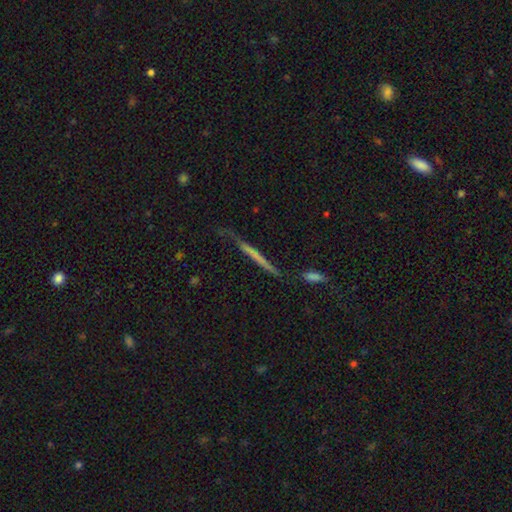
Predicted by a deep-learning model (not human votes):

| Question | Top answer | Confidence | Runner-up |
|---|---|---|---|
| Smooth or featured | featured or disk | 46% | tied: smooth (46%) |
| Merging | none | 65% | minor disturbance (21%) |